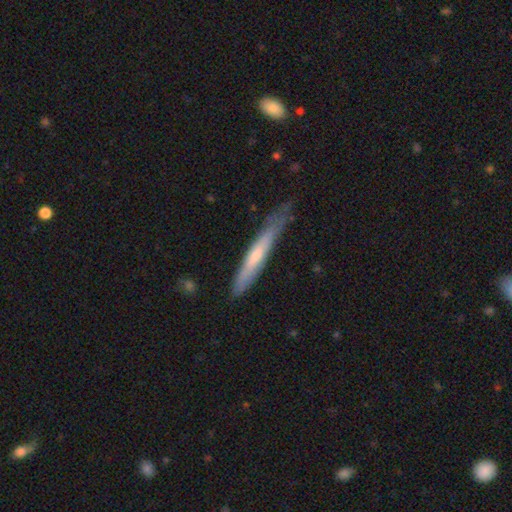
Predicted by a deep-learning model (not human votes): Smooth or featured?
  - smooth: 53% *
  - featured or disk: 41%
  - star or artifact: 5%
How rounded?
  - cigar-shaped: 94% *
  - in between: 5%
  - round: 1%
Merging?
  - none: 68% *
  - minor disturbance: 25%
  - major disturbance: 6%
  - merger: 2%